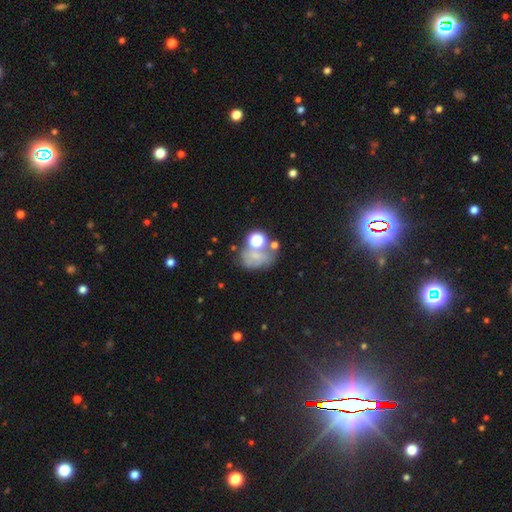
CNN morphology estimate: Smooth or featured: smooth — 46% (star or artifact — 28%)
Merging: none — 35% (major disturbance — 24%)